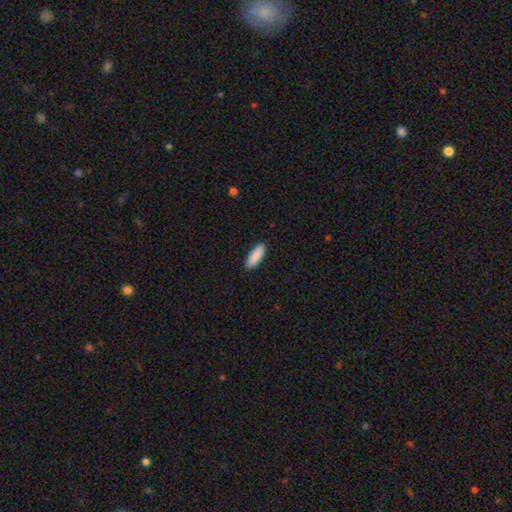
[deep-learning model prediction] Morphology: type=smooth (90%); roundness=in between (61%); merging=none (90%).